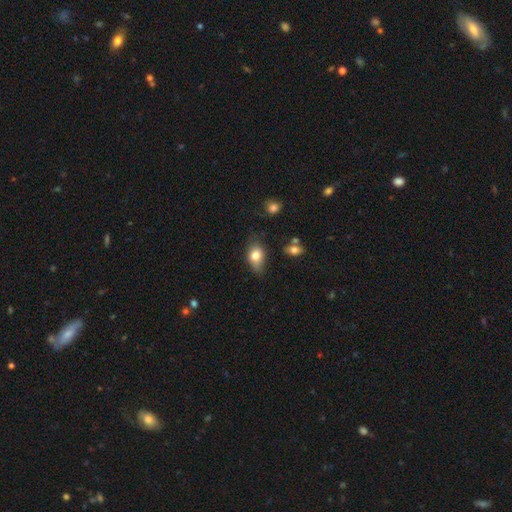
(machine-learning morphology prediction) A smooth galaxy with no disk features (76%) that is in between round and cigar-shaped (79%). Merging: none (57%).